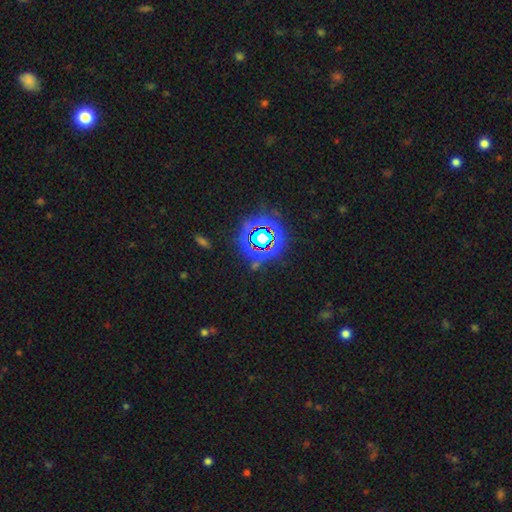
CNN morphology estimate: Smooth or featured: star or artifact — 73% (smooth — 19%)